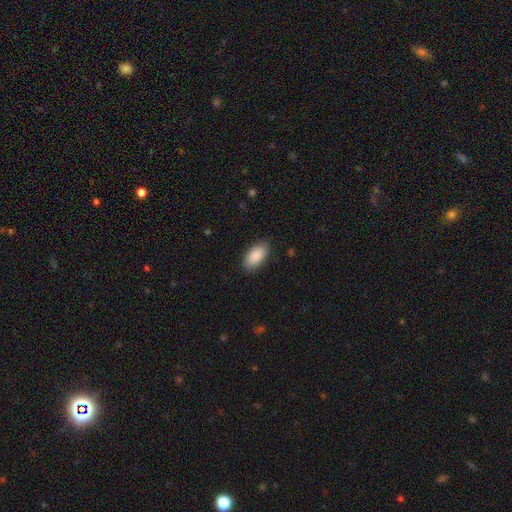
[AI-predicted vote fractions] Smooth or featured? smooth (89%)
How rounded? in between (95%)
Merging? none (84%)